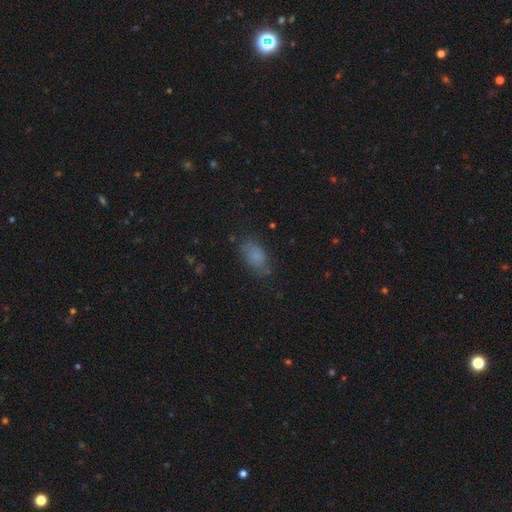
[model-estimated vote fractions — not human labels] Smooth or featured: smooth — 79% (star or artifact — 11%)
How rounded: in between — 88% (round — 9%)
Merging: none — 70% (minor disturbance — 21%)